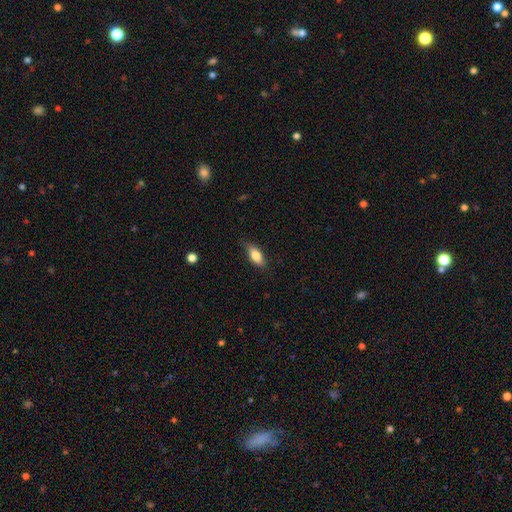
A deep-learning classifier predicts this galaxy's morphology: Smooth or featured? Predicted: smooth (p=0.75). How rounded? Predicted: in between (p=0.80). Merging? Predicted: none (p=0.76).